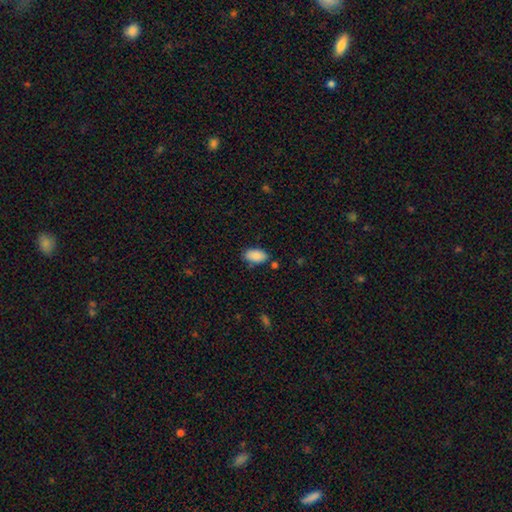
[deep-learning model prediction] This is clearly a smooth galaxy (89%). How rounded: clearly in between (94%). Merging: likely none (77%).